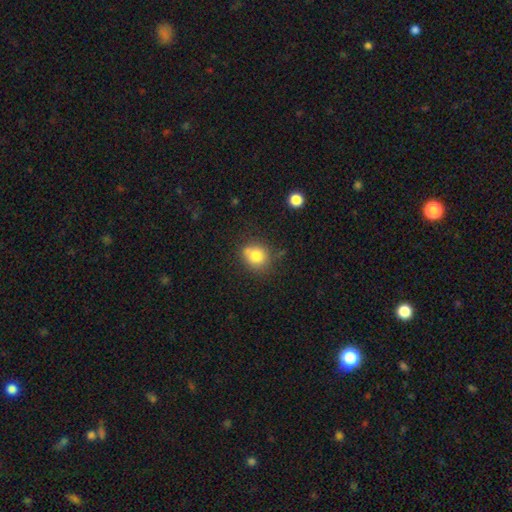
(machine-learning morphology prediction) type=smooth (79%); roundness=round (77%); merging=none (68%).